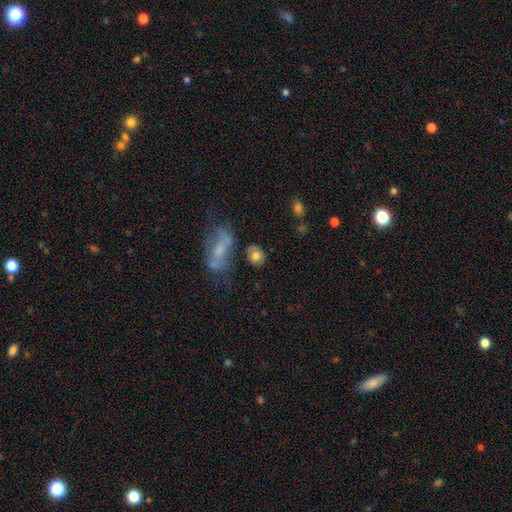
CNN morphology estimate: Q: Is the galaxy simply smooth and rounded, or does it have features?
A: smooth — 75%.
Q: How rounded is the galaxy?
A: round — 52%.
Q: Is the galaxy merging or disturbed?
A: none — 68%.